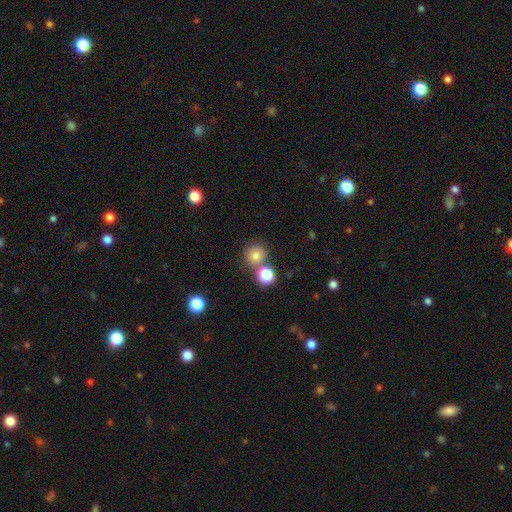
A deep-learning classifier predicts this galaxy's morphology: Smooth or featured? Predicted: smooth (p=0.79). How rounded? Predicted: round (p=0.92). Merging? Predicted: none (p=0.68).